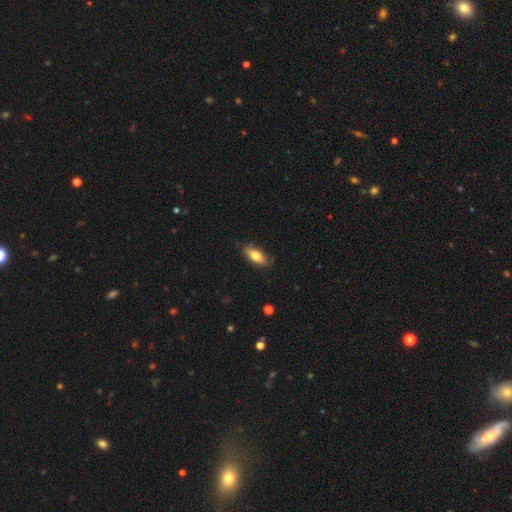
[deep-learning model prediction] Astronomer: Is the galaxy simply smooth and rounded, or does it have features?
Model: smooth — 73%.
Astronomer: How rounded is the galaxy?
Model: in between — 80%.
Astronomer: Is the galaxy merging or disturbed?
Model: none — 80%.